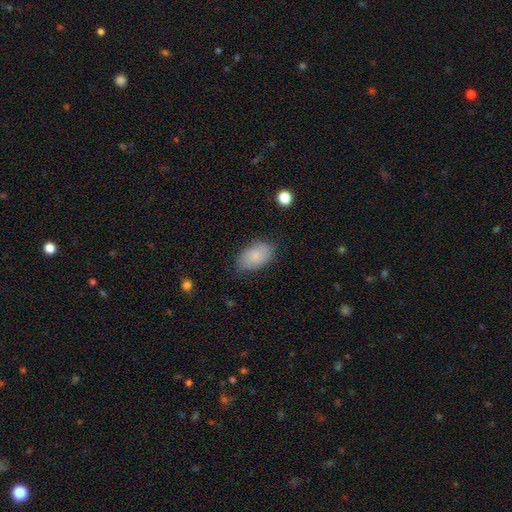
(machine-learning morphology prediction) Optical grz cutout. It shows a smooth galaxy with no disk features (81%) that is in between round and cigar-shaped (92%). Merging: none (76%).